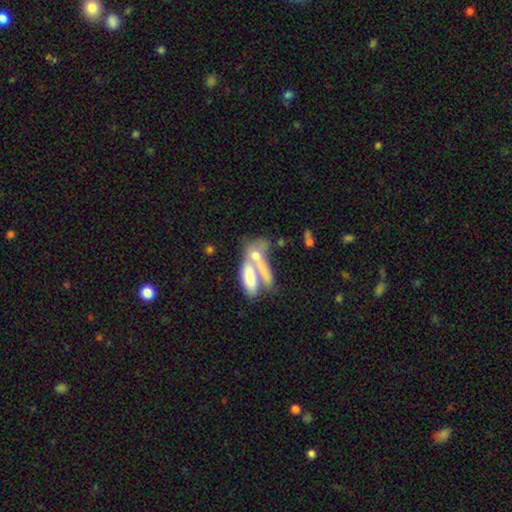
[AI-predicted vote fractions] Smooth or featured?
  - smooth: 64% *
  - featured or disk: 28%
  - star or artifact: 8%
How rounded?
  - in between: 61% *
  - cigar-shaped: 33%
  - round: 6%
Merging?
  - merger: 63% *
  - none: 20%
  - major disturbance: 9%
  - minor disturbance: 8%